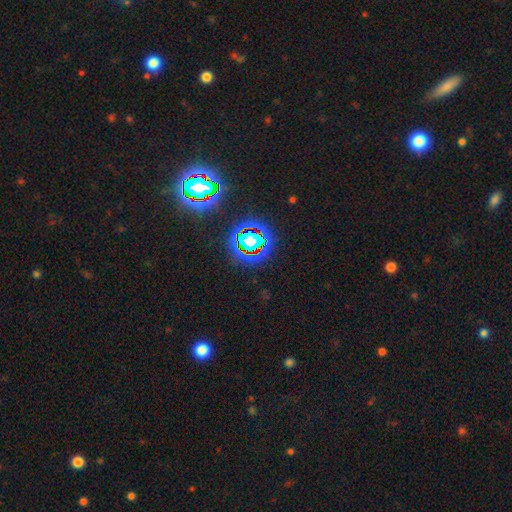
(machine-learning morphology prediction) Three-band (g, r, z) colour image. It shows a star or artifact, not a galaxy (79%).